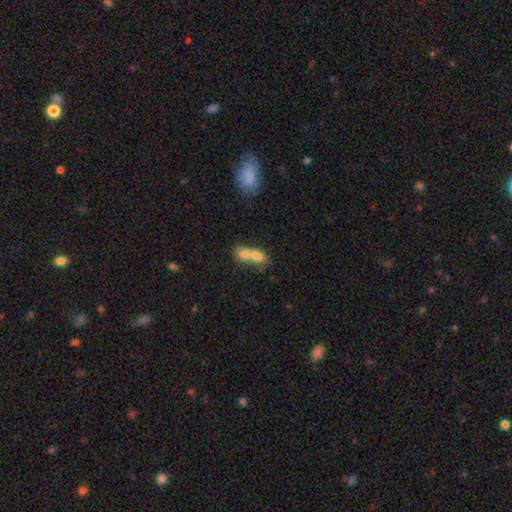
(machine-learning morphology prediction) A smooth galaxy with no disk features (74%) that is in between round and cigar-shaped (68%). Merging: merger (73%).